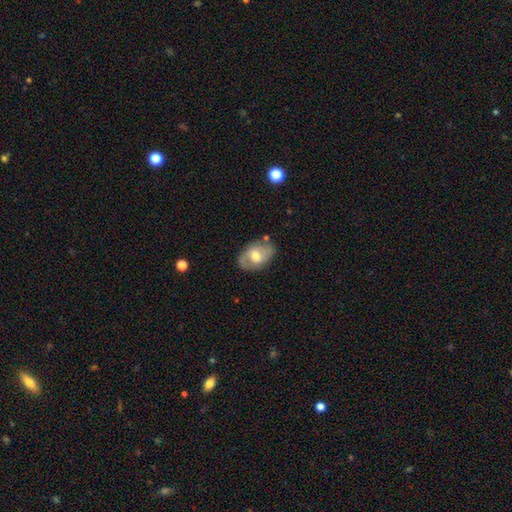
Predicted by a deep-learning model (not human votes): smooth_or_featured: featured or disk (p=0.53) [alt: smooth p=0.41]
disk_edge_on: no (p=0.94) [alt: yes p=0.06]
merging: none (p=0.72) [alt: minor disturbance p=0.19]